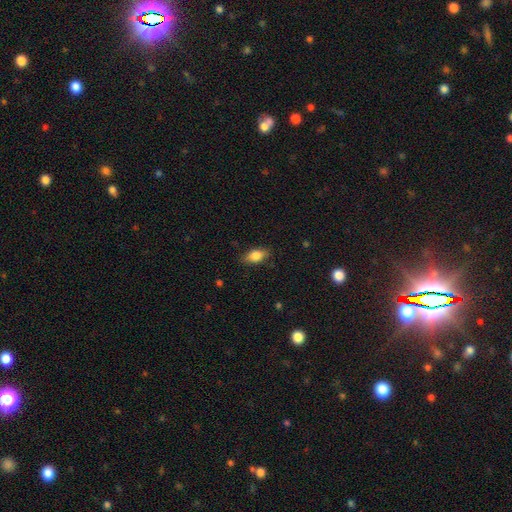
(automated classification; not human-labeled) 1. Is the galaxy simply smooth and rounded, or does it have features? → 80% smooth, 12% featured or disk, 8% star or artifact.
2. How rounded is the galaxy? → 85% in between, 8% cigar-shaped, 7% round.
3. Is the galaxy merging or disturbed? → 83% none, 13% minor disturbance, 3% major disturbance, 1% merger.